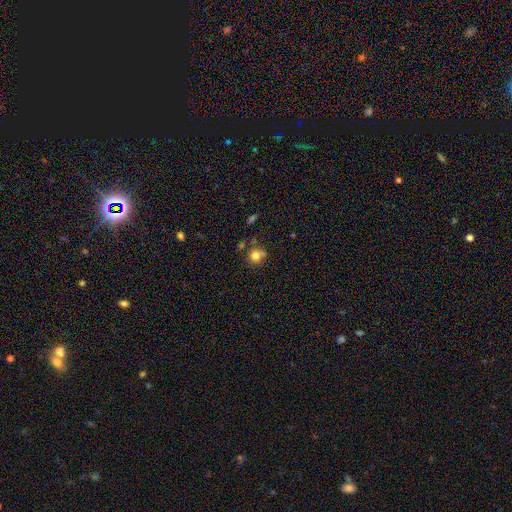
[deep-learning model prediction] smooth-or-featured: smooth: 79% | star or artifact: 12% | featured or disk: 9%
  how-rounded: round: 84% | in between: 15% | cigar-shaped: 1%
  merging: none: 61% | merger: 17% | minor disturbance: 17% | major disturbance: 5%